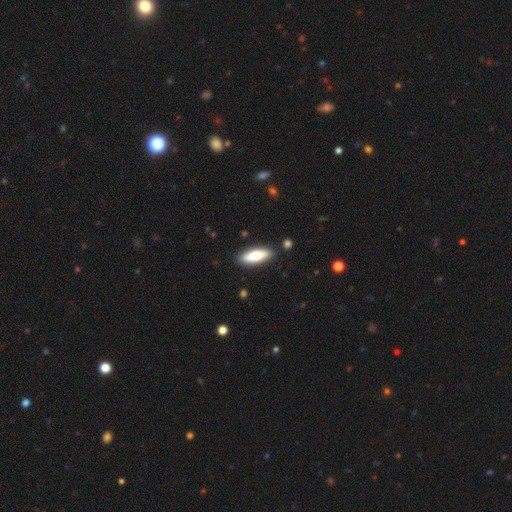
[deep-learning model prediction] smooth_or_featured: smooth (p=0.77) [alt: featured or disk p=0.17]
how_rounded: in between (p=0.58) [alt: cigar-shaped p=0.40]
merging: none (p=0.87) [alt: minor disturbance p=0.09]